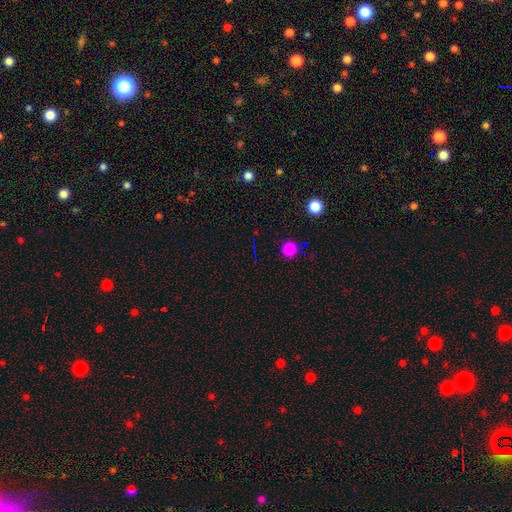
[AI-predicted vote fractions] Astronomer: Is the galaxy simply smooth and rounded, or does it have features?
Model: smooth — 47% (runner-up: star or artifact, 46%).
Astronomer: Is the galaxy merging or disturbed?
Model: none — 90%.